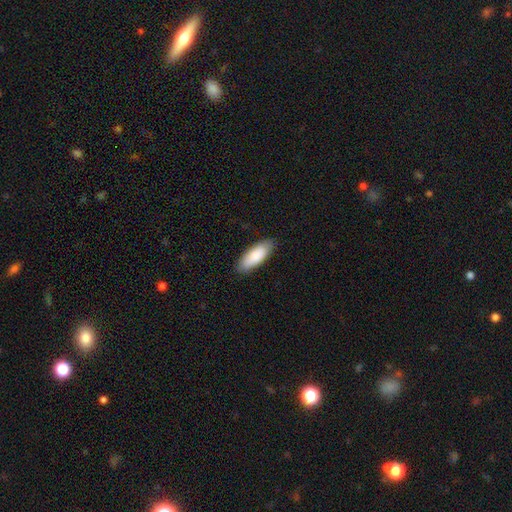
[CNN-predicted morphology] Smooth or featured: smooth — 84% (featured or disk — 11%)
How rounded: in between — 74% (cigar-shaped — 24%)
Merging: none — 86% (minor disturbance — 11%)